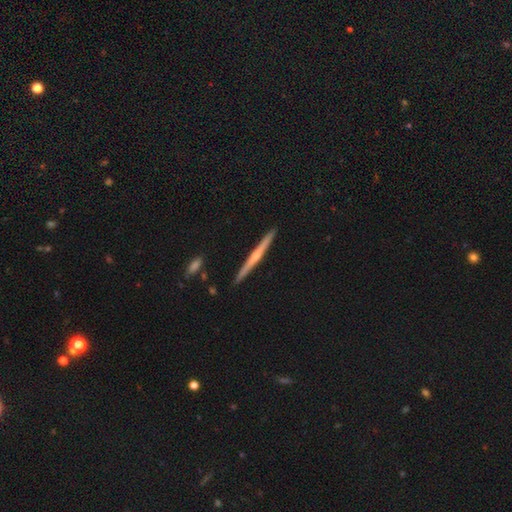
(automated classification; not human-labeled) A featured or disk galaxy (69%) viewed edge-on (98%) with a rounded central bulge (64%). Merging: none (92%).